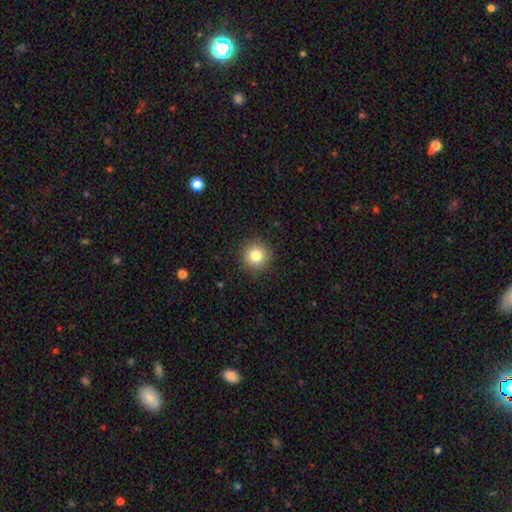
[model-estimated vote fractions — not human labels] Smooth or featured? smooth (82%)
How rounded? round (95%)
Merging? none (91%)